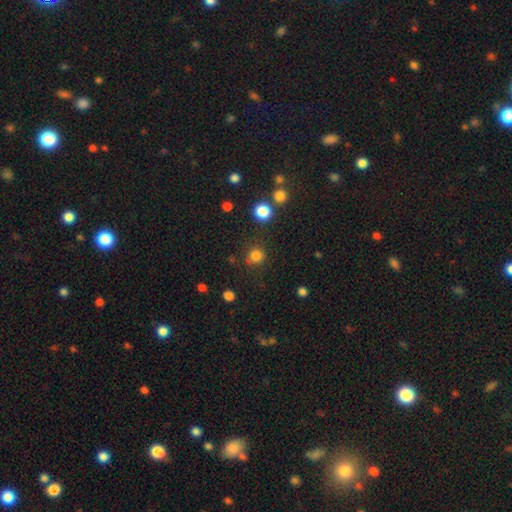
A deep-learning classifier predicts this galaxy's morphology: Smooth or featured? smooth (80%)
How rounded? round (90%)
Merging? none (84%)